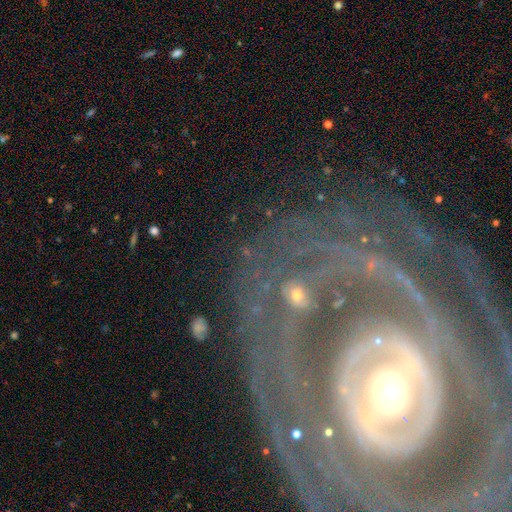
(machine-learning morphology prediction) smooth_or_featured: featured or disk (p=0.78) [alt: star or artifact p=0.12]
disk_edge_on: no (p=0.95) [alt: yes p=0.05]
bar: strong (p=0.36) [tied with: no p=0.36]
has_spiral_arms: yes (p=0.88) [alt: no p=0.12]
spiral_winding: tight (p=0.63) [alt: medium p=0.27]
spiral_arm_count: 2 (p=0.31) [alt: can't tell p=0.24]
bulge_size: moderate (p=0.47) [alt: small p=0.38]
merging: none (p=0.70) [alt: minor disturbance p=0.14]